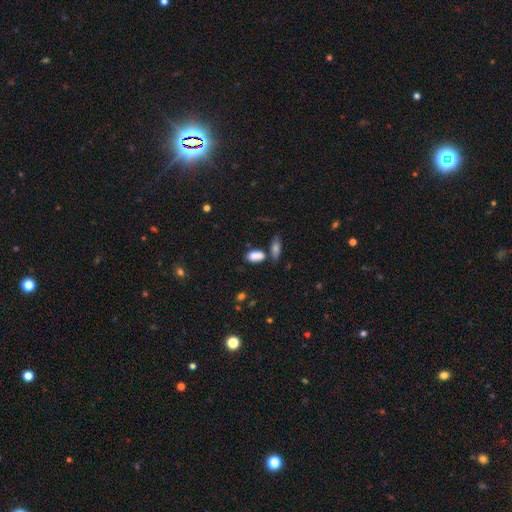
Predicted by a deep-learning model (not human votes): Morphology: type=smooth (84%); roundness=in between (89%); merging=none (51%).